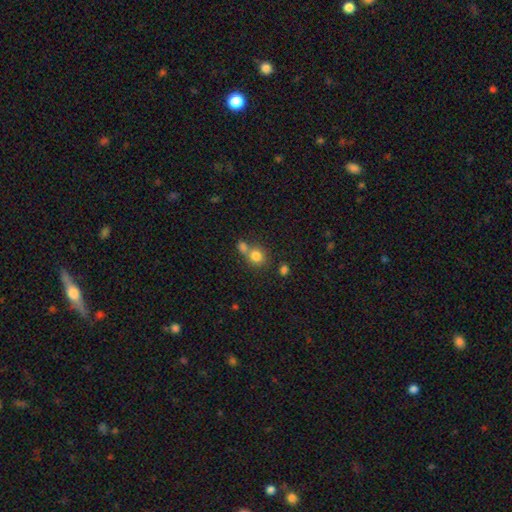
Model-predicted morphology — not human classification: Smooth or featured? smooth (80%)
How rounded? round (79%)
Merging? none (44%)